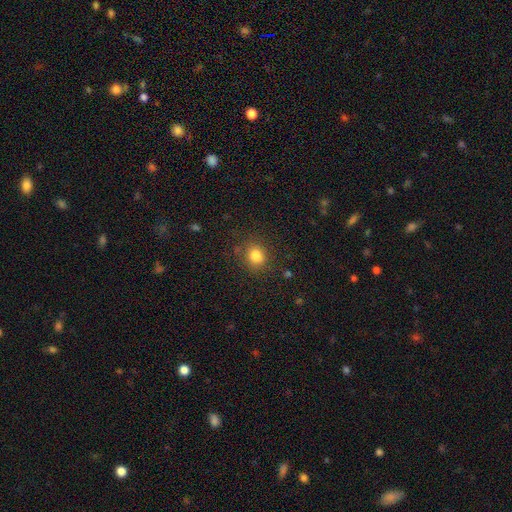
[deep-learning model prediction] A smooth galaxy with no disk features (82%) that is round (76%).

Vote fractions:
- Smooth or featured? smooth: 82% / star or artifact: 12% / featured or disk: 6%
- How rounded? round: 76% / in between: 23% / cigar-shaped: 1%
- Merging? none: 83% / minor disturbance: 11% / major disturbance: 4% / merger: 2%